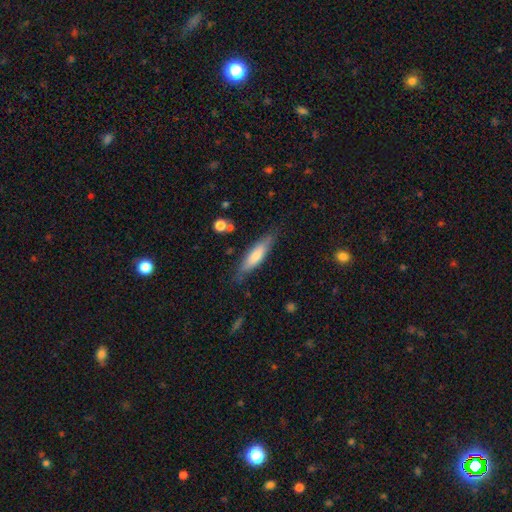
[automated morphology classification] Smooth or featured? Predicted: smooth (p=0.69). How rounded? Predicted: cigar-shaped (p=0.72). Merging? Predicted: none (p=0.80).